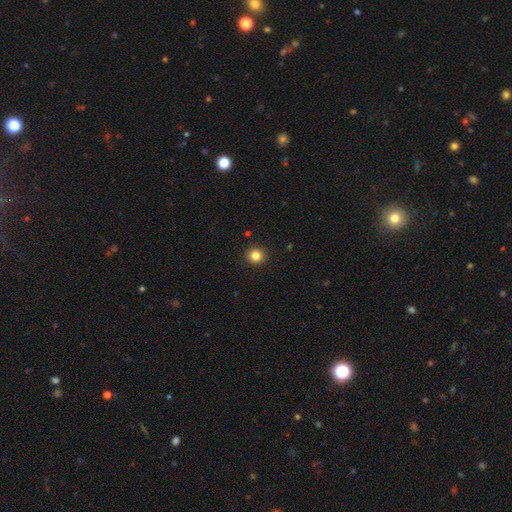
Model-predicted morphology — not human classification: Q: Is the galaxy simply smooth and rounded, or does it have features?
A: smooth — 83%.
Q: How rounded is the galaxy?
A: round — 90%.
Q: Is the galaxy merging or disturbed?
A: none — 92%.